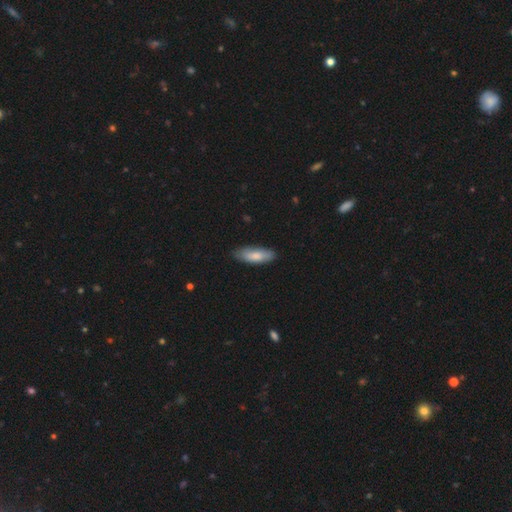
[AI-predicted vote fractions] smooth_or_featured: smooth (p=0.79) [alt: featured or disk p=0.16]
how_rounded: in between (p=0.65) [alt: cigar-shaped p=0.34]
merging: none (p=0.81) [alt: minor disturbance p=0.15]